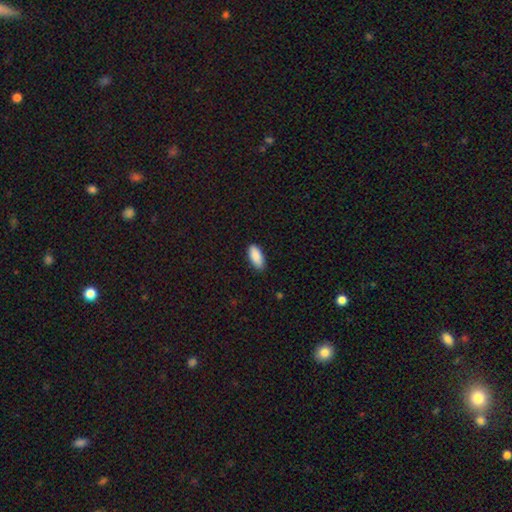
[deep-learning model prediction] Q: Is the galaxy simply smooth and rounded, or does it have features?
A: smooth — 90%.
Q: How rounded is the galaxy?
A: in between — 88%.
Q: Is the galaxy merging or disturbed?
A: none — 86%.